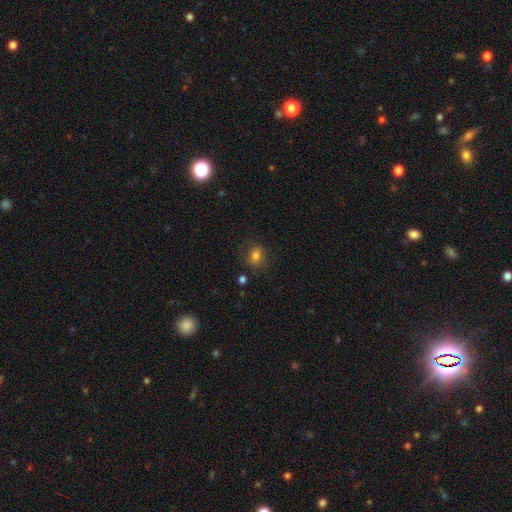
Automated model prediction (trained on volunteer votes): Smooth or featured? smooth (77%)
How rounded? round (50%)
Merging? none (75%)